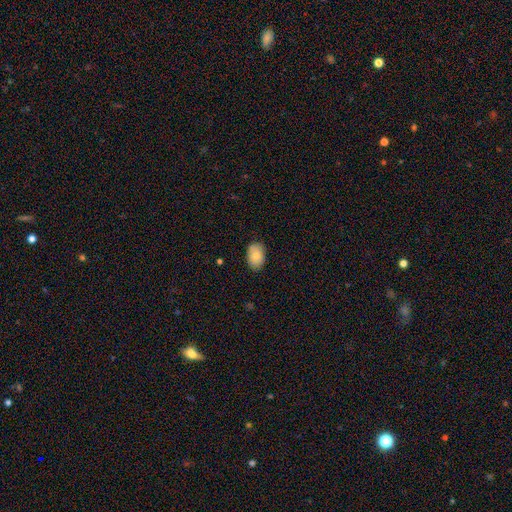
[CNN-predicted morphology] Q: Smooth or featured?
A: smooth (80%); runner-up: featured or disk (12%)
Q: How rounded?
A: in between (87%); runner-up: round (11%)
Q: Merging?
A: none (79%); runner-up: minor disturbance (17%)